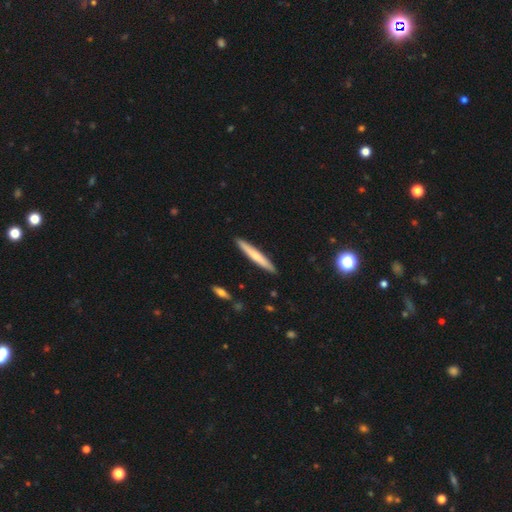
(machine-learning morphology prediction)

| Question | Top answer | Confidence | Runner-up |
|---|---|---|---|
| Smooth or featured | smooth | 61% | featured or disk (34%) |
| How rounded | cigar-shaped | 95% | in between (3%) |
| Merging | none | 90% | minor disturbance (7%) |